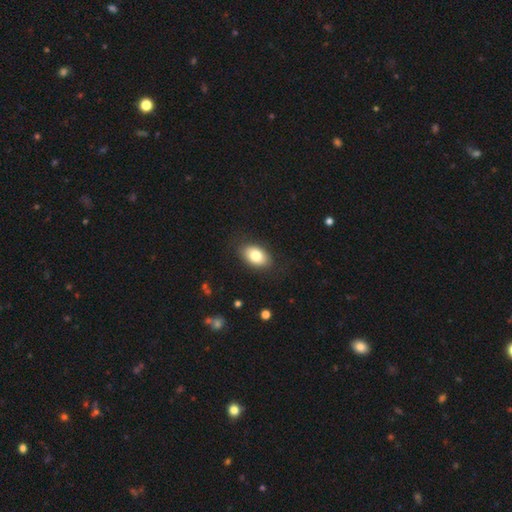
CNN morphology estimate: The model was most divided on "smooth or featured": smooth: 80%, featured or disk: 13%, star or artifact: 7%. More confident: how rounded — in between (90%); merging — none (84%).